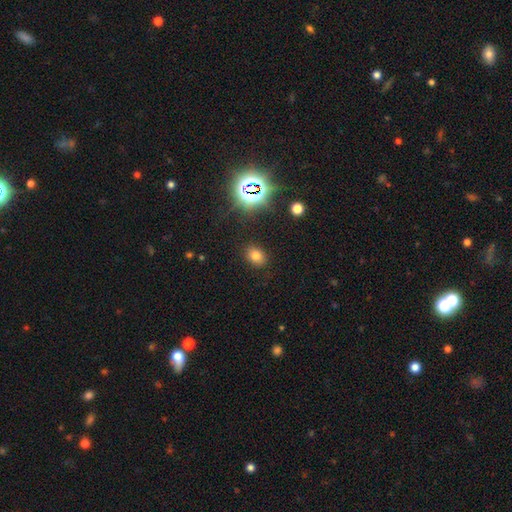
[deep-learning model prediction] This appears to be a smooth galaxy with no disk features (73%) that is in between round and cigar-shaped (59%). Merging: none (87%).